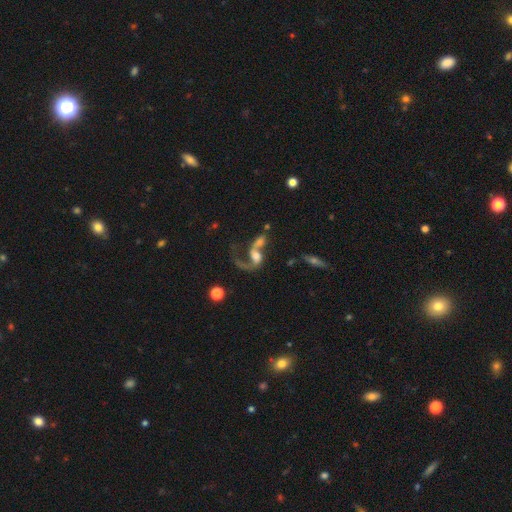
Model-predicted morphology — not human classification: Smooth or featured: featured or disk — 64% (smooth — 26%)
Edge-on disk: no — 94% (yes — 6%)
Bar: no — 63% (weak — 27%)
Spiral arms: yes — 75% (no — 25%)
Bulge size: moderate — 36% (large — 27%)
Merging: merger — 61% (major disturbance — 20%)